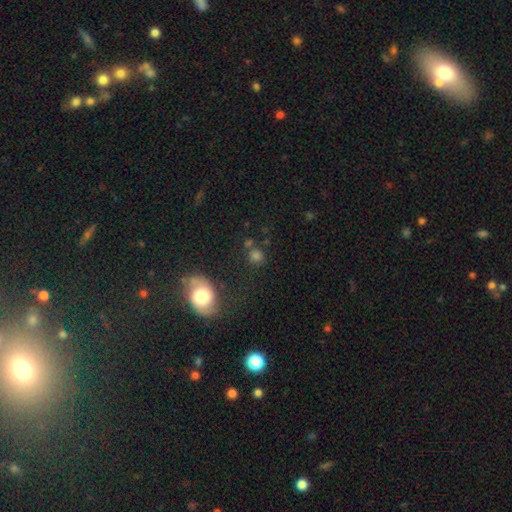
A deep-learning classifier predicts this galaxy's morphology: This is likely a smooth galaxy (73%). How rounded: clearly round (83%). Merging: likely none (70%).